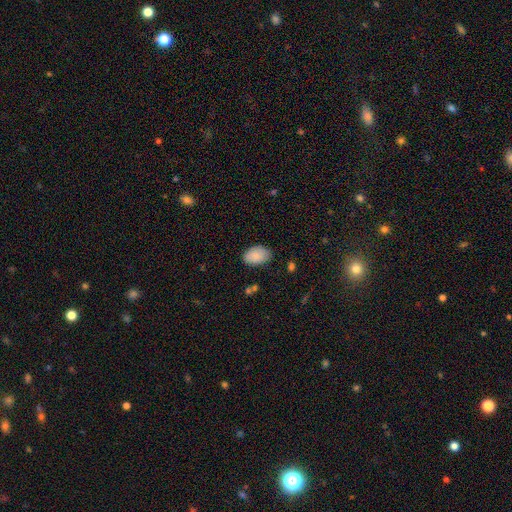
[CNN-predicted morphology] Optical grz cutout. It shows a smooth galaxy with no disk features (85%) that is in between round and cigar-shaped (90%). Merging: none (81%).